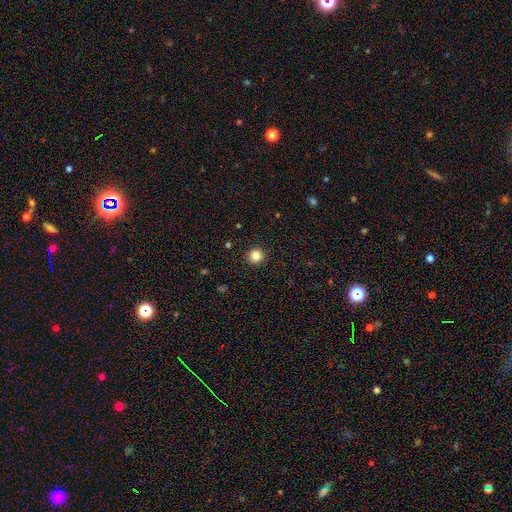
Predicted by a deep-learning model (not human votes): A smooth galaxy with no disk features (84%) that is round (95%). Merging: none (93%).